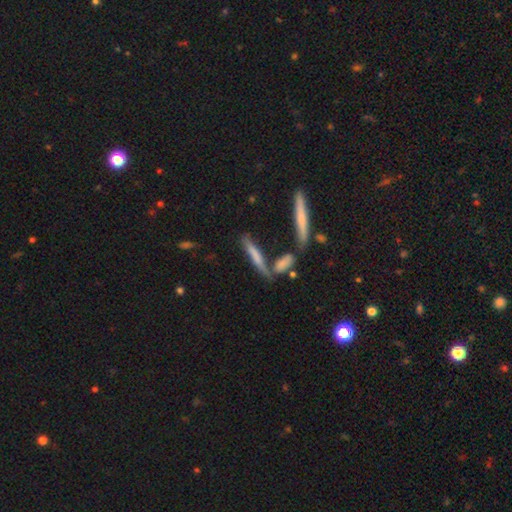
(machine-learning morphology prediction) Smooth or featured: smooth — 56% (featured or disk — 36%)
How rounded: cigar-shaped — 85% (in between — 13%)
Merging: none — 57% (merger — 23%)